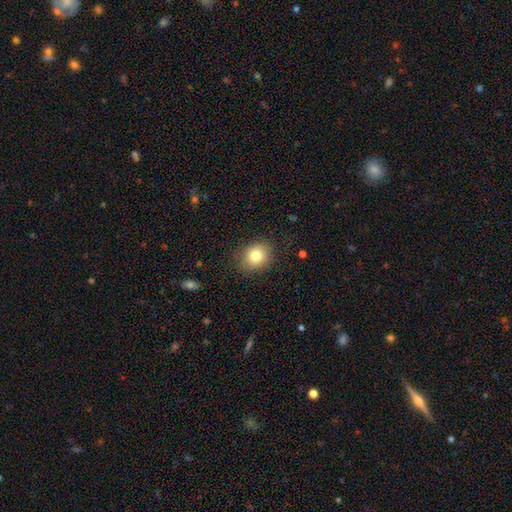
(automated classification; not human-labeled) smooth_or_featured: smooth (p=0.80) [alt: star or artifact p=0.10]
how_rounded: round (p=0.66) [alt: in between p=0.33]
merging: none (p=0.84) [alt: minor disturbance p=0.11]